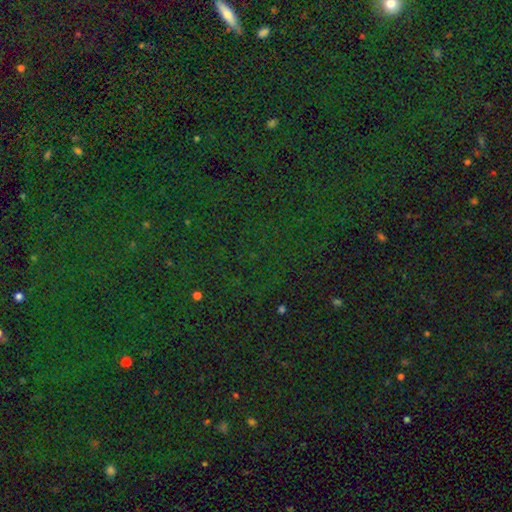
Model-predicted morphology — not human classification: smooth_or_featured: star or artifact (p=0.82) [alt: smooth p=0.11]